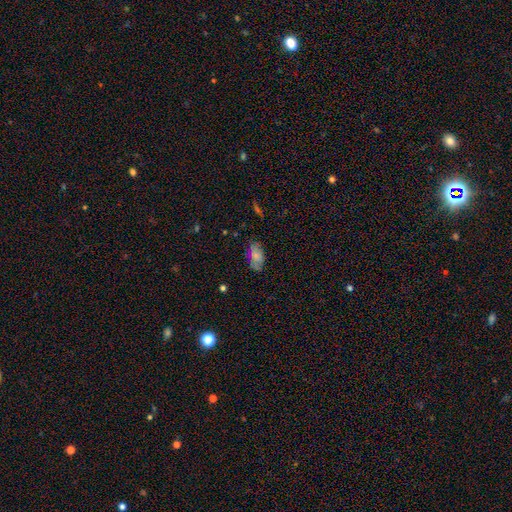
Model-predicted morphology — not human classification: This is likely a smooth galaxy (77%). How rounded: clearly in between (92%). Merging: likely none (69%).